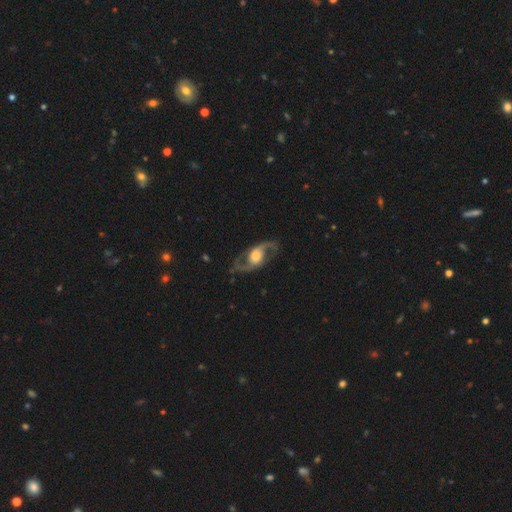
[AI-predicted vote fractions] The model was most divided on "spiral winding": loose: 53%, medium: 39%, tight: 8%. More confident: edge-on disk — no (95%); spiral arms — yes (95%); spiral arm count — 2 (94%); smooth or featured — featured or disk (88%); merging — none (80%); bar — no (59%); bulge size — moderate (51%).